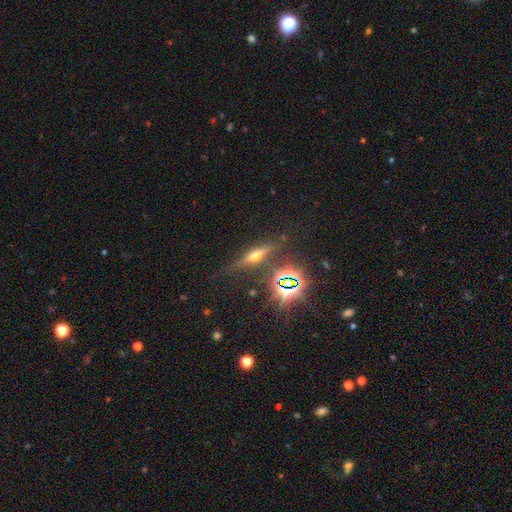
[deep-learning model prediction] smooth-or-featured: featured or disk: 48% | star or artifact: 26% | smooth: 26%
  merging: none: 81% | minor disturbance: 12% | major disturbance: 4% | merger: 3%